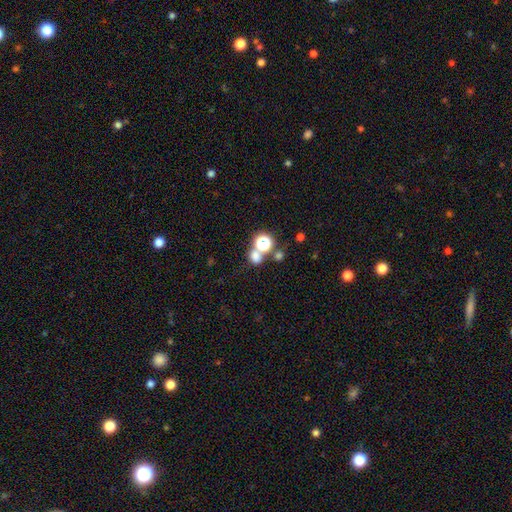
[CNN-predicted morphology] The model was most divided on "merging": none: 48%, merger: 39%, minor disturbance: 8%, major disturbance: 5%. More confident: how rounded — round (72%); smooth or featured — smooth (67%).